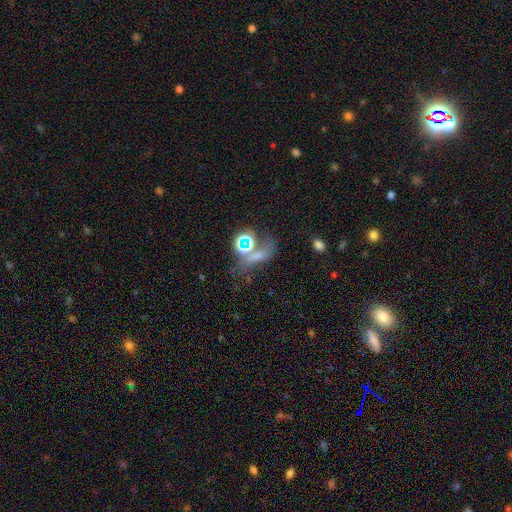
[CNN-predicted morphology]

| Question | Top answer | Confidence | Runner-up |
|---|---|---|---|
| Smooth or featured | star or artifact | 49% | smooth (32%) |